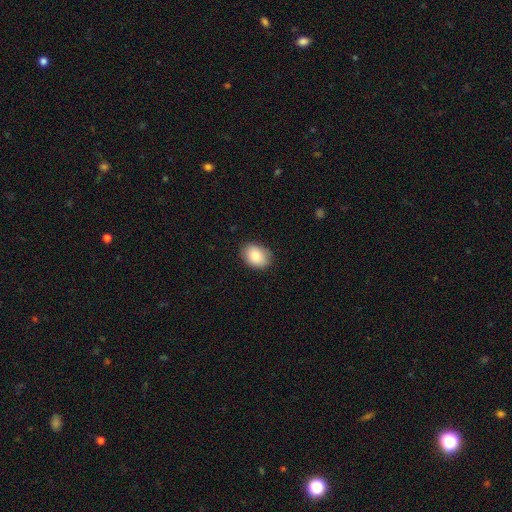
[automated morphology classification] smooth-or-featured: smooth: 83% | featured or disk: 9% | star or artifact: 8%
  how-rounded: in between: 72% | round: 27% | cigar-shaped: 1%
  merging: none: 86% | minor disturbance: 11% | major disturbance: 2% | merger: 1%